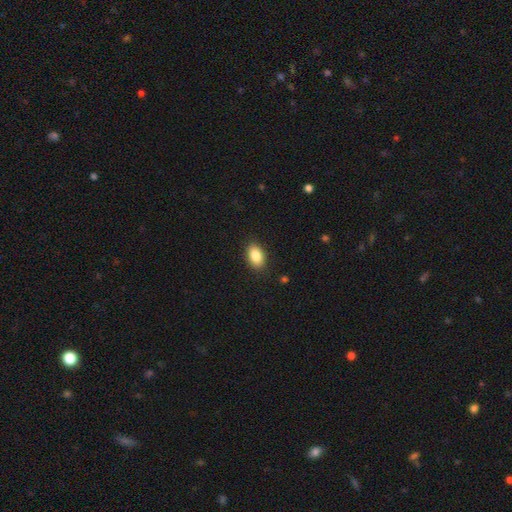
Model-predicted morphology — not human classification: This appears to be a smooth galaxy with no disk features (86%) that is in between round and cigar-shaped (89%). Merging: none (88%).